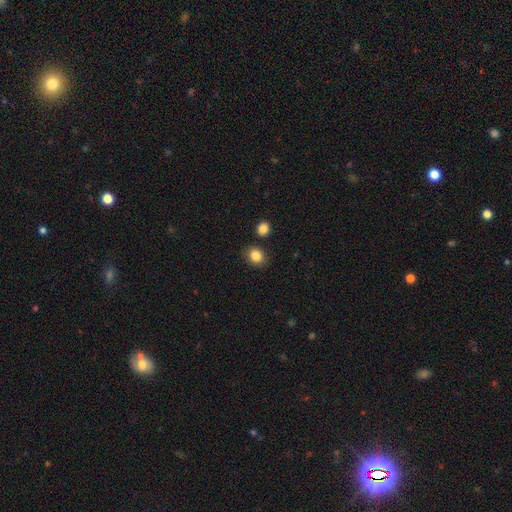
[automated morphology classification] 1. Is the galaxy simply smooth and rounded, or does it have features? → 86% smooth, 10% star or artifact, 5% featured or disk.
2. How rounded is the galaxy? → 63% round, 36% in between, 1% cigar-shaped.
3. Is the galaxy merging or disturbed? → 82% none, 10% minor disturbance, 6% merger, 3% major disturbance.